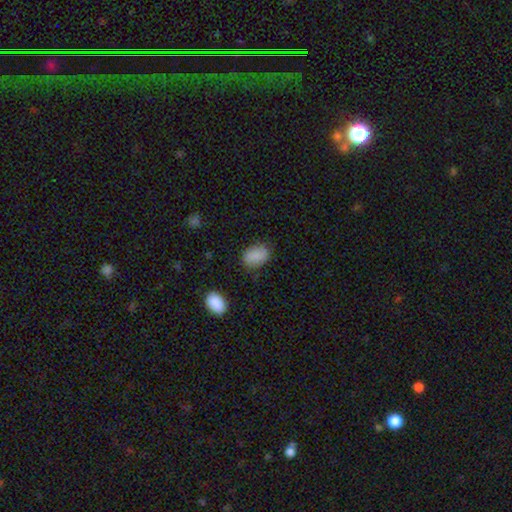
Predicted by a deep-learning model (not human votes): Q: Smooth or featured?
A: smooth (87%); runner-up: star or artifact (8%)
Q: How rounded?
A: in between (85%); runner-up: round (14%)
Q: Merging?
A: none (78%); runner-up: minor disturbance (16%)